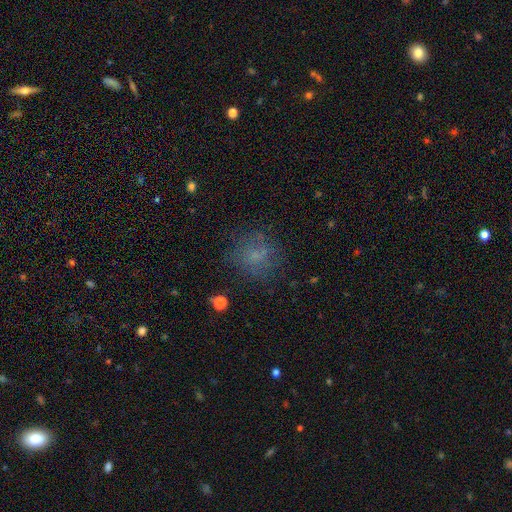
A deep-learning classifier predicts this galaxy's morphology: smooth_or_featured: smooth (p=0.65) [alt: star or artifact p=0.19]
how_rounded: round (p=0.81) [alt: in between p=0.18]
merging: none (p=0.72) [alt: minor disturbance p=0.15]